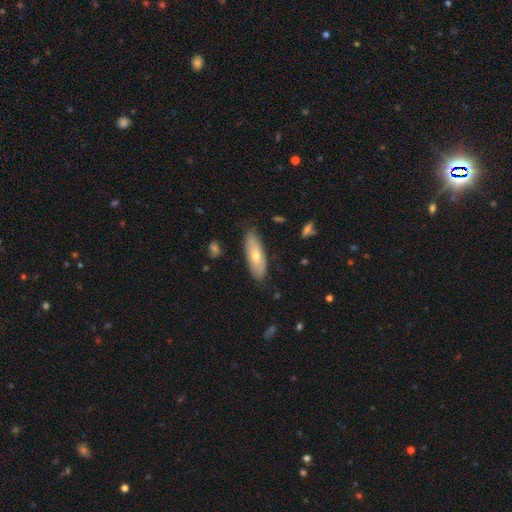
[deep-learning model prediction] Smooth or featured: smooth — 58% (featured or disk — 35%)
How rounded: in between — 59% (cigar-shaped — 38%)
Merging: none — 83% (minor disturbance — 13%)